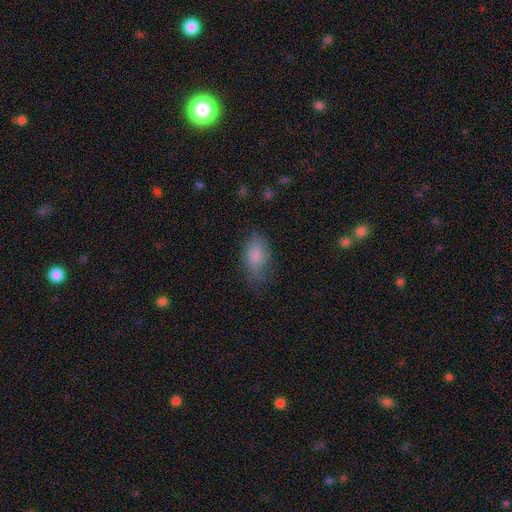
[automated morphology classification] Overall: smooth (83%). How rounded: in between (91%). Merging: none (64%; minor disturbance 25%).